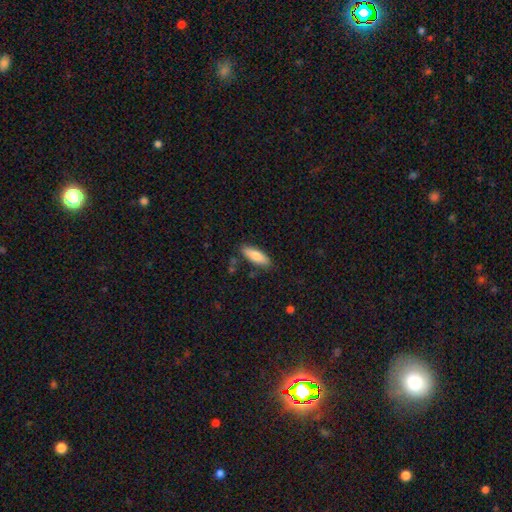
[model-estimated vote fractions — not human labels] smooth_or_featured: smooth (p=0.81) [alt: featured or disk p=0.13]
how_rounded: in between (p=0.64) [alt: cigar-shaped p=0.34]
merging: none (p=0.84) [alt: minor disturbance p=0.12]